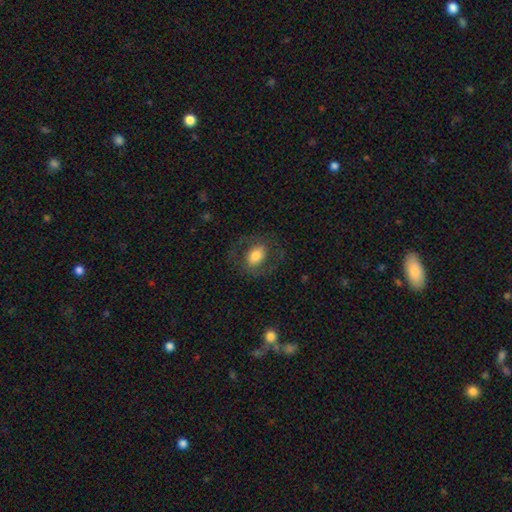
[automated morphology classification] This appears to be a smooth galaxy with no disk features (58%) that is in between round and cigar-shaped (73%). Merging: none (72%).